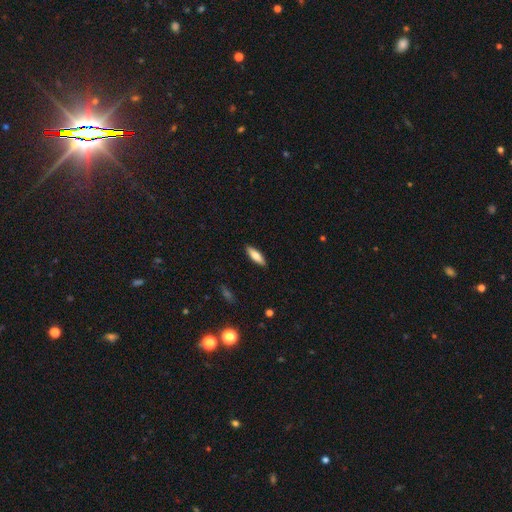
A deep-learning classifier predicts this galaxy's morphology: Smooth or featured? Predicted: smooth (p=0.75). How rounded? Predicted: cigar-shaped (p=0.52). Merging? Predicted: none (p=0.90).